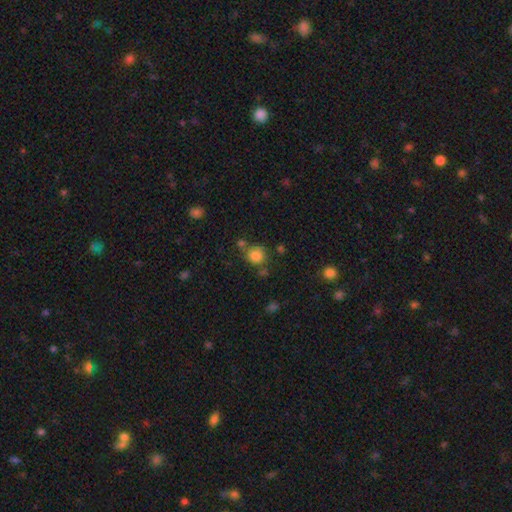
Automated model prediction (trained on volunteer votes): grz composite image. It shows a smooth galaxy with no disk features (81%) that is round (83%). Merging: none (67%).